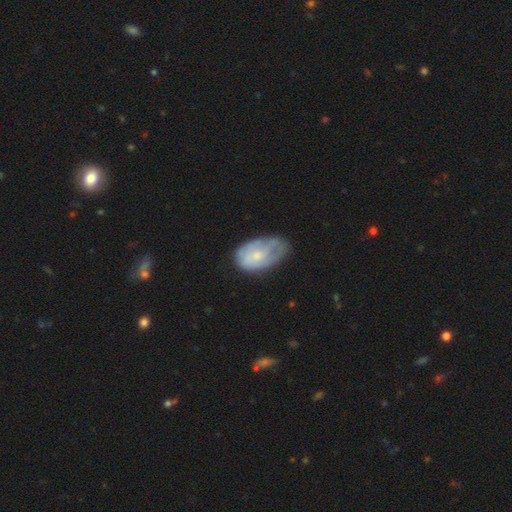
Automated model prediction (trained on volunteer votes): Q: Smooth or featured?
A: smooth (50%); runner-up: featured or disk (44%)
Q: Merging?
A: none (52%); runner-up: minor disturbance (33%)